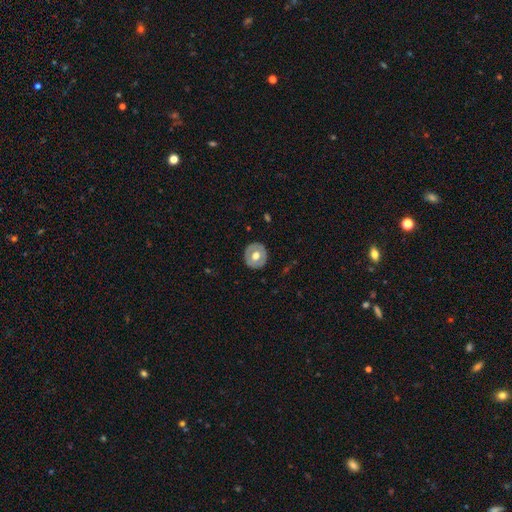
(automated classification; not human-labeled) Morphology: type=smooth (52%); roundness=round (88%); merging=none (88%).